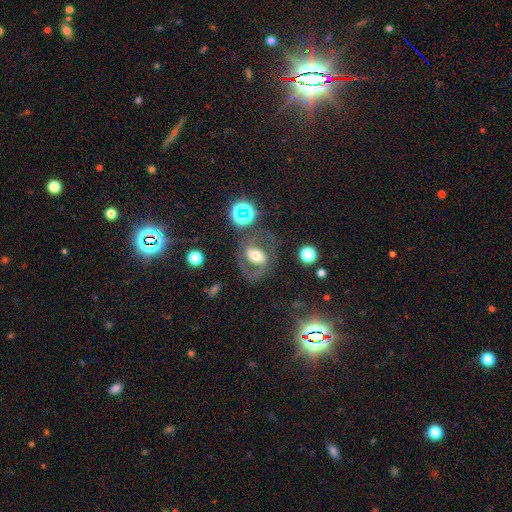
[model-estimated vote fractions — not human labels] This appears to be a featured or disk galaxy (69%) with no bar (38%), 2 (86%) medium (55%) spiral arms (81%) and a moderate central bulge (55%). Merging: none (66%).